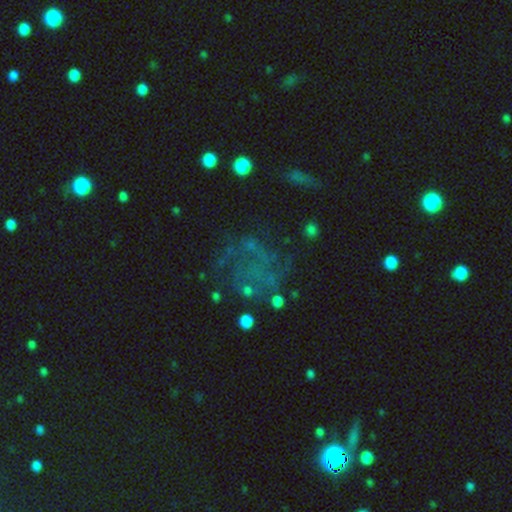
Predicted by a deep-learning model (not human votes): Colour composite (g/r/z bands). It shows a featured or disk galaxy (49%). Merging: none (47%).